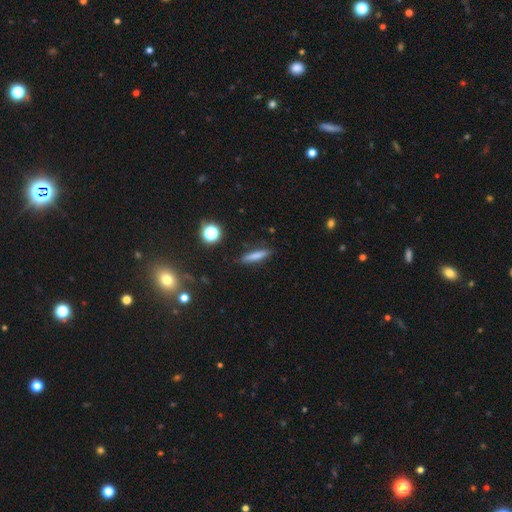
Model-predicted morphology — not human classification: Overall: smooth (74%). How rounded: cigar-shaped (85%). Merging: none (87%).